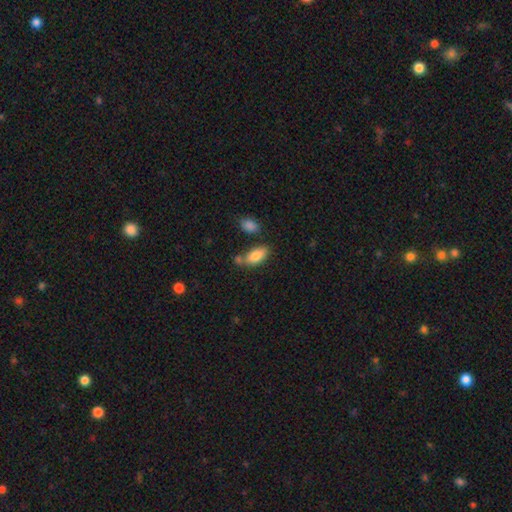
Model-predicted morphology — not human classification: type=smooth (85%); roundness=in between (88%); merging=none (62%).